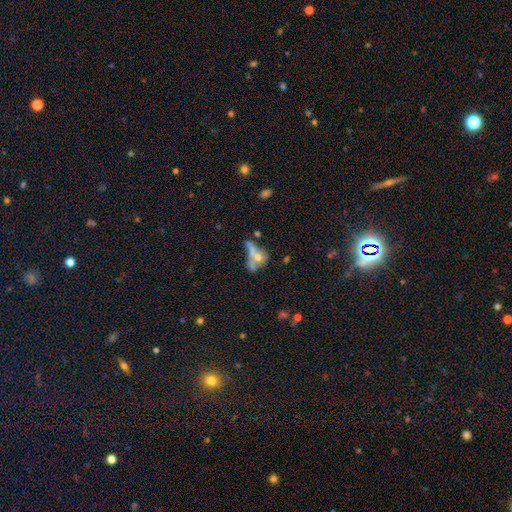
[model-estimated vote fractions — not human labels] Smooth or featured?
  - smooth: 48% *
  - featured or disk: 38%
  - star or artifact: 14%
Merging?
  - merger: 46% *
  - major disturbance: 23%
  - none: 20%
  - minor disturbance: 11%